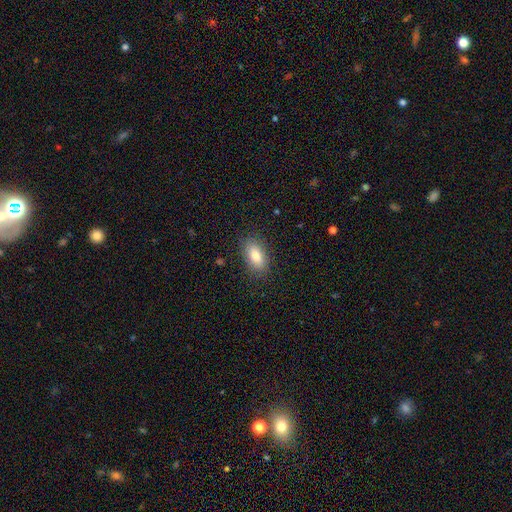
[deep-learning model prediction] smooth 82%, featured or disk 11%, star or artifact 7%. Down the decision tree: how rounded — in between (90%); merging — none (86%).